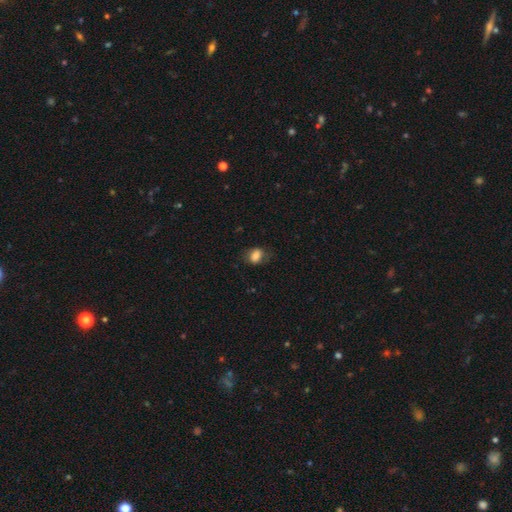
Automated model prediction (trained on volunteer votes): Morphology: type=smooth (80%); roundness=in between (71%); merging=none (67%).